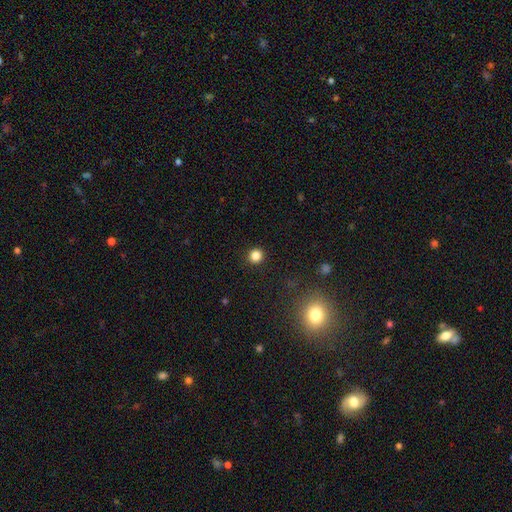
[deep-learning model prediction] smooth 83%, star or artifact 13%, featured or disk 4%. Down the decision tree: how rounded — round (91%); merging — none (92%).